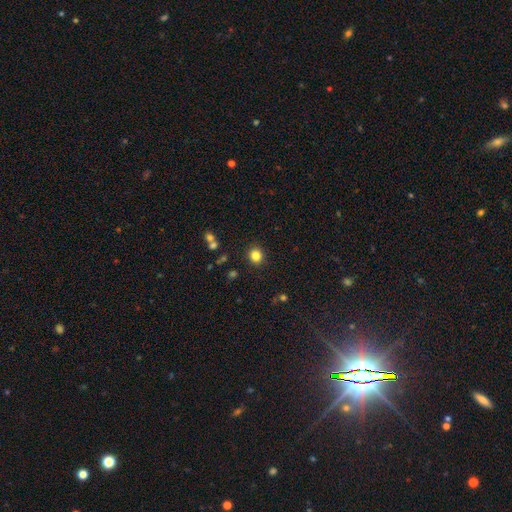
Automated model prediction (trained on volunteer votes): Morphology: type=smooth (83%); roundness=round (79%); merging=none (89%).